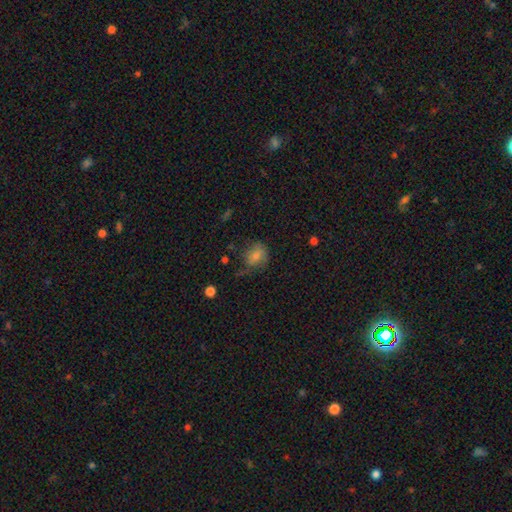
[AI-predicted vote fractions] This is likely a smooth galaxy (64%). How rounded: possibly round (55%). Merging: possibly none (55%).